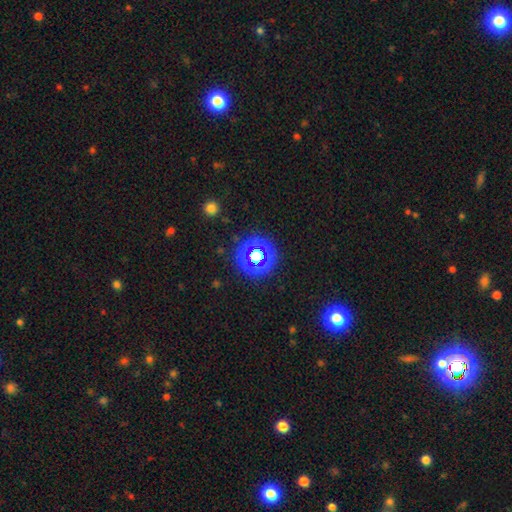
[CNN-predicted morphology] Smooth or featured?
  - star or artifact: 63% *
  - smooth: 25%
  - featured or disk: 12%